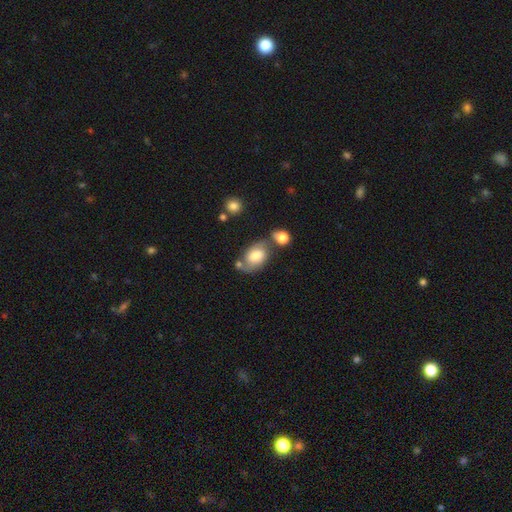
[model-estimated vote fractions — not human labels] Smooth or featured? smooth (63%)
How rounded? in between (83%)
Merging? none (51%)